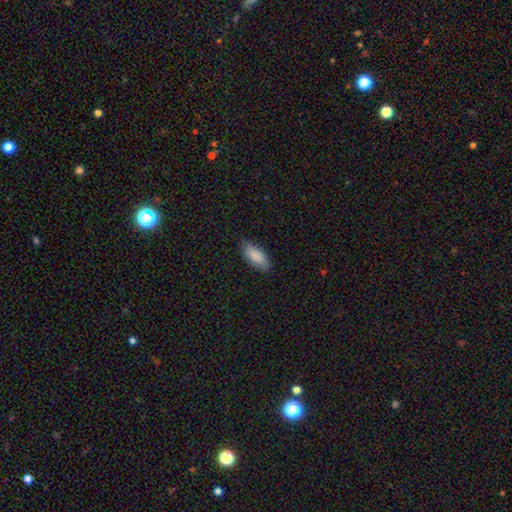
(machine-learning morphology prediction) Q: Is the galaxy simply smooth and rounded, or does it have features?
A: smooth — 88%.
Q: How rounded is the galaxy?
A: in between — 82%.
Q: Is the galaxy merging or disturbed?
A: none — 83%.